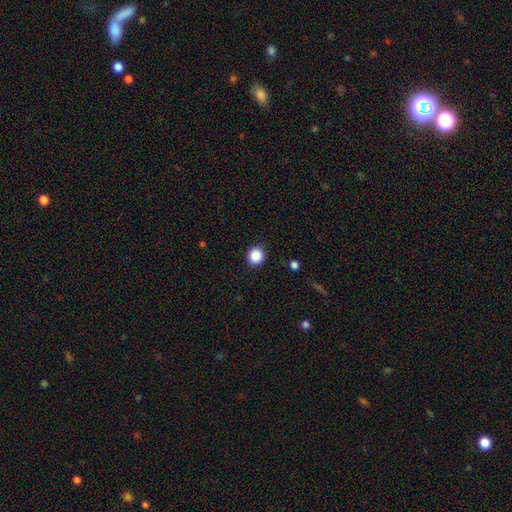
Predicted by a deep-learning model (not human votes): Overall: smooth (88%). How rounded: round (91%). Merging: none (91%).